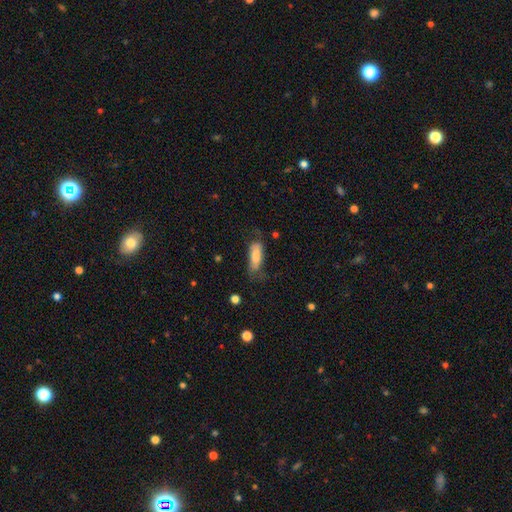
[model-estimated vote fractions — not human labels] This is likely a smooth galaxy (77%). How rounded: likely in between (67%). Merging: marginally none (45%).